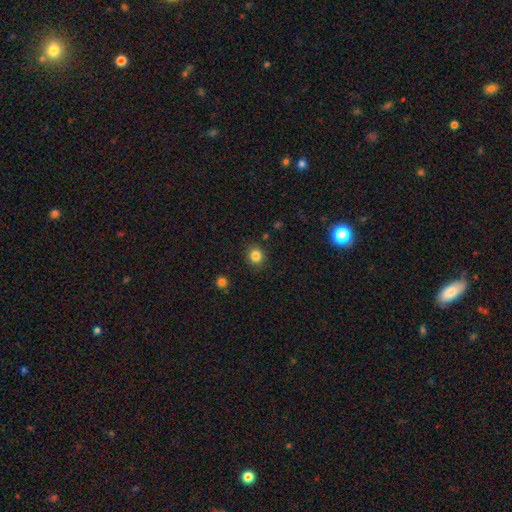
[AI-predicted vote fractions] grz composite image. It shows a smooth galaxy with no disk features (84%) that is round (85%). Merging: none (89%).